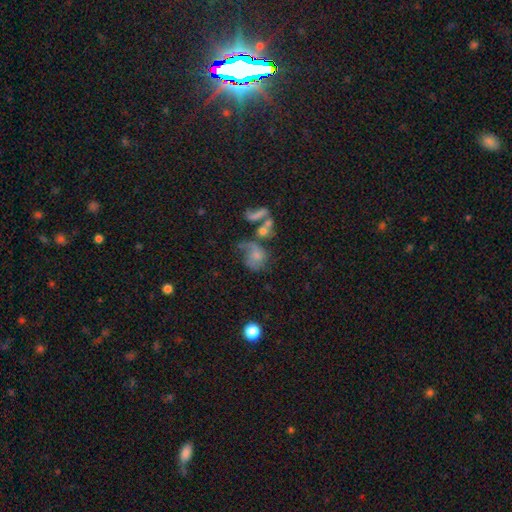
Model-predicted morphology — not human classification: smooth-or-featured: smooth: 45% | featured or disk: 43% | star or artifact: 12%
  merging: major disturbance: 32% | merger: 26% | none: 26% | minor disturbance: 17%